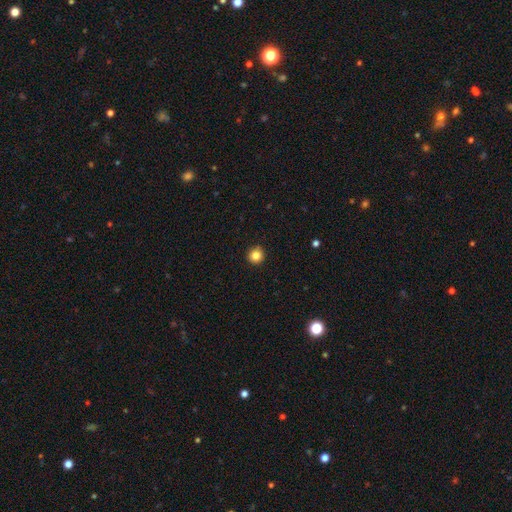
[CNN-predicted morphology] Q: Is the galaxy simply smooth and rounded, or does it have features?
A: smooth — 84%.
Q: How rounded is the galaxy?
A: round — 95%.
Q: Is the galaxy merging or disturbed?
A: none — 93%.